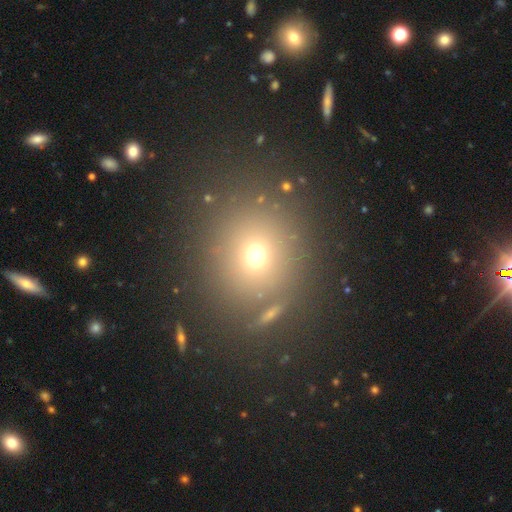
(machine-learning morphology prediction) smooth 65%, star or artifact 25%, featured or disk 10%. Down the decision tree: how rounded — round (86%); merging — none (81%).